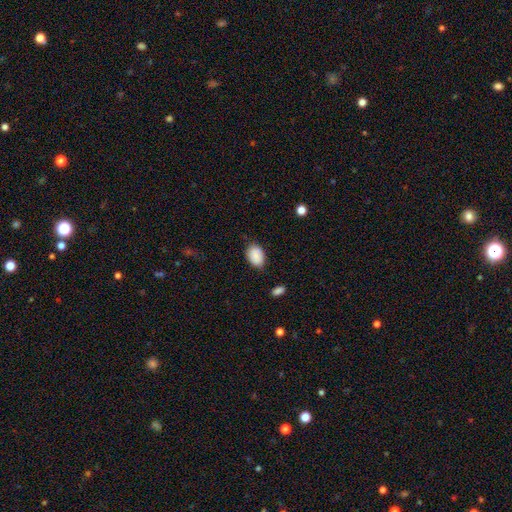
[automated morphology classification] smooth 89%, star or artifact 7%, featured or disk 5%. Down the decision tree: how rounded — in between (83%); merging — none (77%).